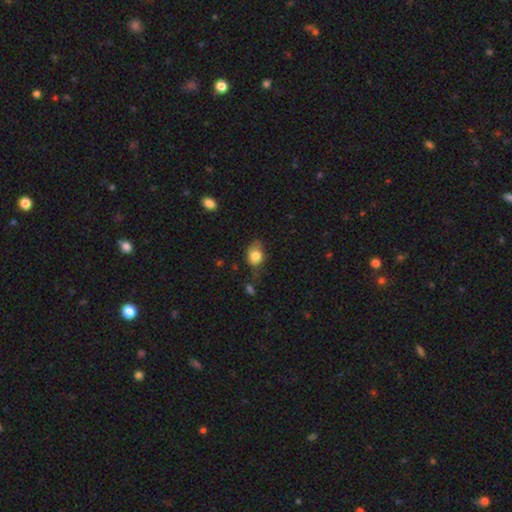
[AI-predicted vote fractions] smooth 79%, featured or disk 13%, star or artifact 9%. Down the decision tree: how rounded — in between (60%); merging — none (54%).